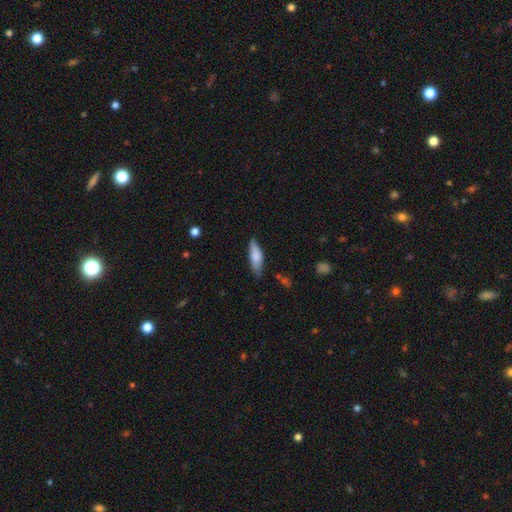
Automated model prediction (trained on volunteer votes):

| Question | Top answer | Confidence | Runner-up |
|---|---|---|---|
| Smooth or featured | smooth | 75% | featured or disk (19%) |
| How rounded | in between | 55% | cigar-shaped (43%) |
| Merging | none | 73% | minor disturbance (22%) |